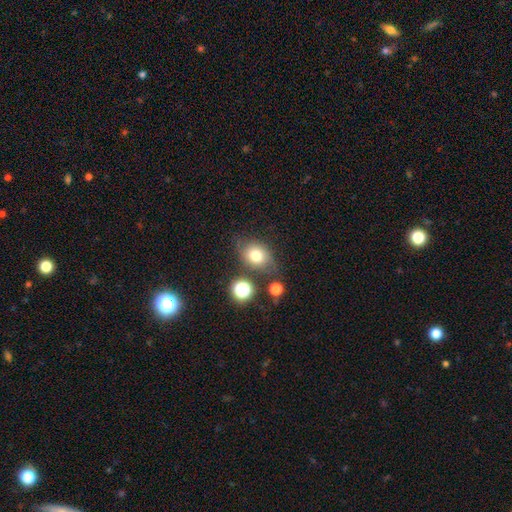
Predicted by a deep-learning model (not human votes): Overall: smooth (73%). How rounded: round (51%; in between 47%). Merging: none (65%).